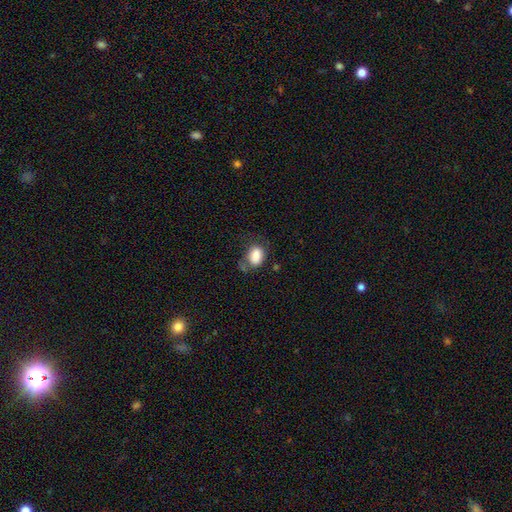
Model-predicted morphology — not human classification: Smooth or featured: smooth — 85% (star or artifact — 8%)
How rounded: in between — 73% (round — 26%)
Merging: none — 52% (minor disturbance — 27%)